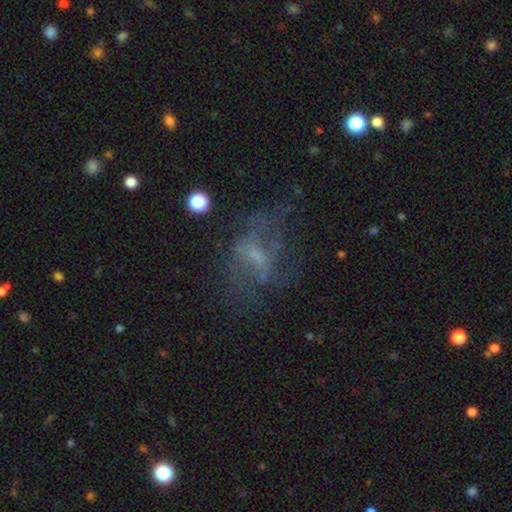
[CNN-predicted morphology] Smooth or featured? Predicted: featured or disk (p=0.53). Edge-on disk? Predicted: no (p=0.95). Merging? Predicted: none (p=0.43).